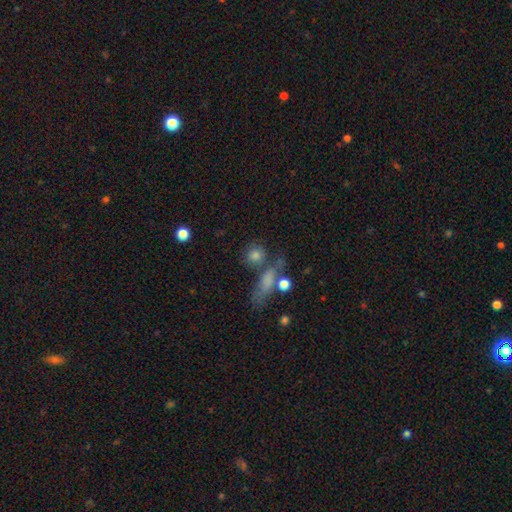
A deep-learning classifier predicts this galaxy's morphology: smooth_or_featured: smooth (p=0.73) [alt: star or artifact p=0.14]
how_rounded: round (p=0.67) [alt: in between p=0.23]
merging: none (p=0.59) [alt: merger p=0.19]